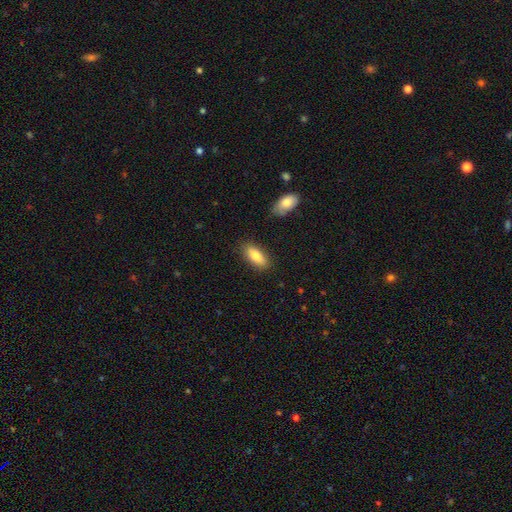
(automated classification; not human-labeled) Smooth or featured?
  - smooth: 81% *
  - featured or disk: 12%
  - star or artifact: 6%
How rounded?
  - in between: 81% *
  - cigar-shaped: 17%
  - round: 2%
Merging?
  - none: 85% *
  - minor disturbance: 11%
  - merger: 2%
  - major disturbance: 2%